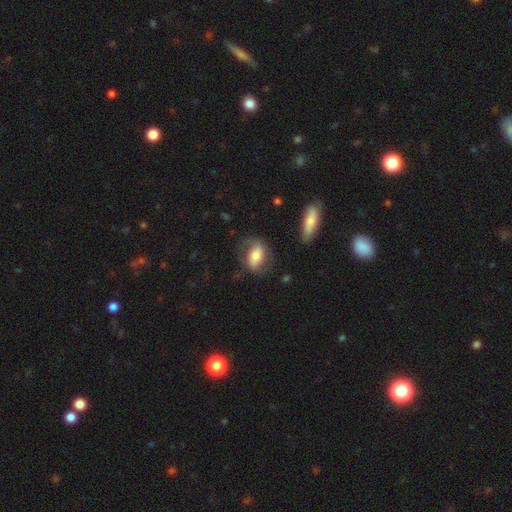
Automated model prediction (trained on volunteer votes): smooth-or-featured: smooth: 54% | featured or disk: 40% | star or artifact: 7%
  how-rounded: in between: 81% | round: 15% | cigar-shaped: 4%
  merging: none: 62% | minor disturbance: 22% | major disturbance: 14% | merger: 2%